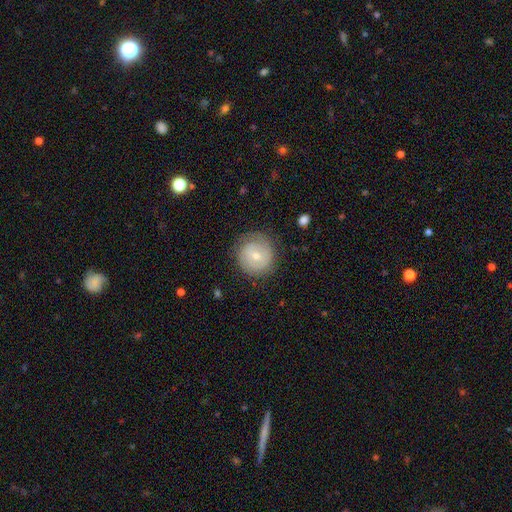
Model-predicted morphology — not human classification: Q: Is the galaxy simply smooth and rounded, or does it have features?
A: featured or disk — 58%.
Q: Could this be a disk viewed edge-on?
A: no — 97%.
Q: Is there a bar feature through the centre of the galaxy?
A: weak — 48%.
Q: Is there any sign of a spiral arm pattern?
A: yes — 80%.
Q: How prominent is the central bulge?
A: small — 49%.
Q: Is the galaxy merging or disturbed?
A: none — 79%.